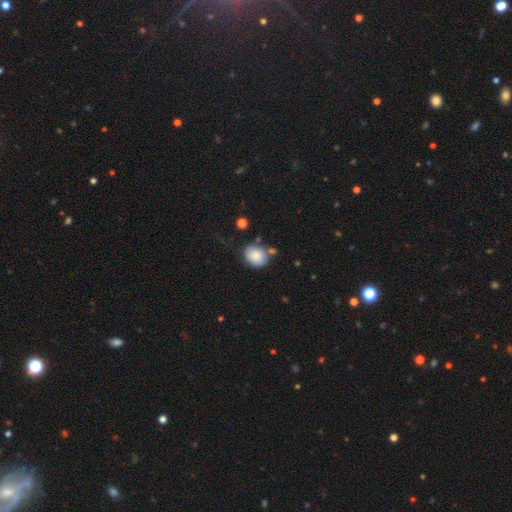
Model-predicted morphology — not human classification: A smooth galaxy with no disk features (84%) that is round (52%). Merging: none (65%).